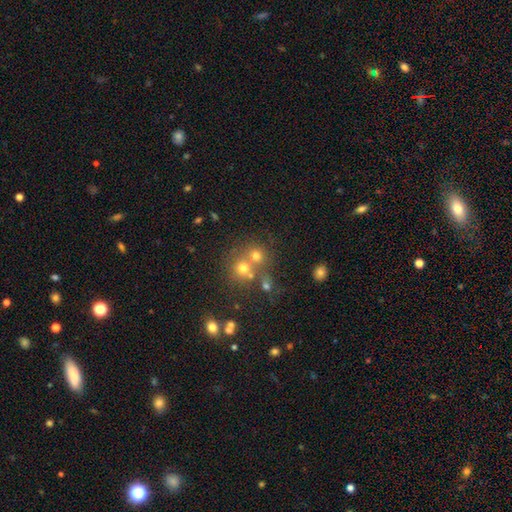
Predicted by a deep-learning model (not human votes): Smooth or featured? Predicted: smooth (p=0.66). How rounded? Predicted: round (p=0.83). Merging? Predicted: none (p=0.47).